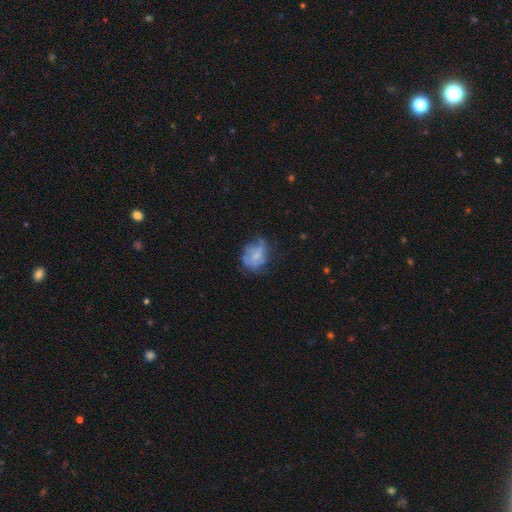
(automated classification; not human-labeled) This appears to be a featured or disk galaxy (46%). Merging: none (42%).